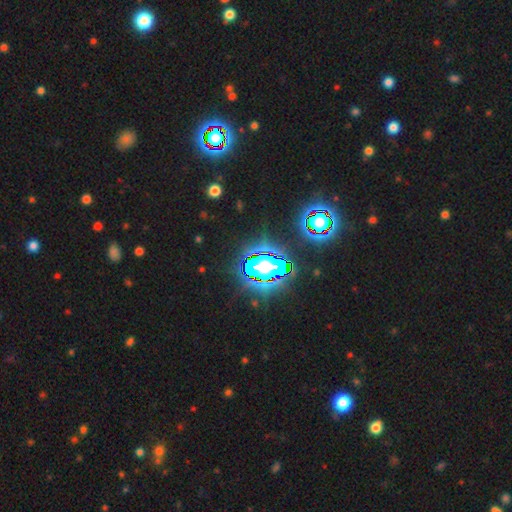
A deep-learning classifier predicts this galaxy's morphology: The model was most divided on "smooth or featured": star or artifact: 84%, smooth: 9%, featured or disk: 7%.